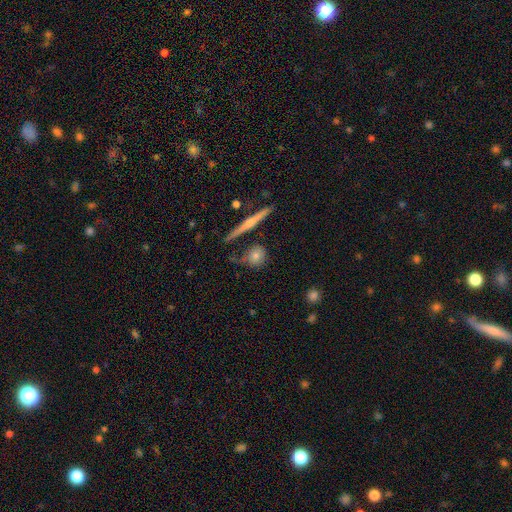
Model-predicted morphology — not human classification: Smooth or featured? Predicted: smooth (p=0.69). How rounded? Predicted: round (p=0.75). Merging? Predicted: none (p=0.68).